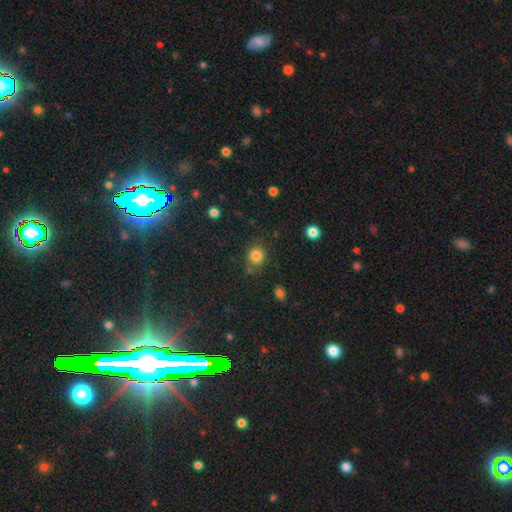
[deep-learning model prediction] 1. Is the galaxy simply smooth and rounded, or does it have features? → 82% smooth, 12% star or artifact, 6% featured or disk.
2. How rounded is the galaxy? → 80% round, 19% in between, 1% cigar-shaped.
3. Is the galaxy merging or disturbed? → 78% none, 12% minor disturbance, 6% merger, 4% major disturbance.